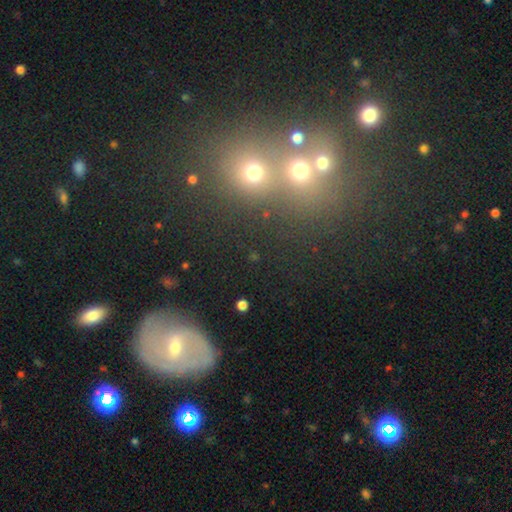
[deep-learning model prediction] Smooth or featured: smooth — 43% (featured or disk — 30%)
Merging: none — 61% (merger — 19%)